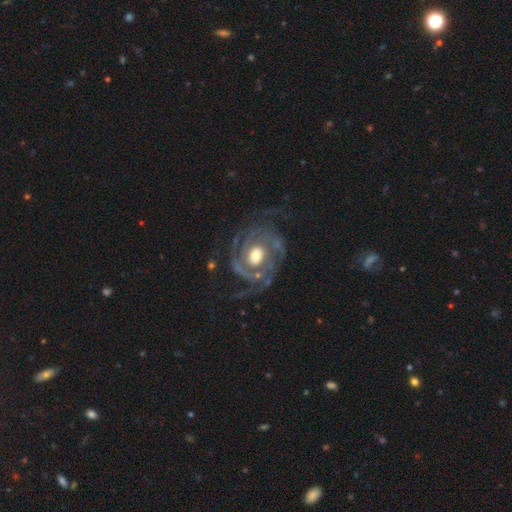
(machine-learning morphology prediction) Smooth or featured? featured or disk (91%)
Edge-on disk? no (98%)
Bar? no (68%)
Spiral arms? yes (97%)
Spiral winding? tight (55%)
Spiral arm count? 2 (39%)
Bulge size? moderate (61%)
Merging? none (67%)